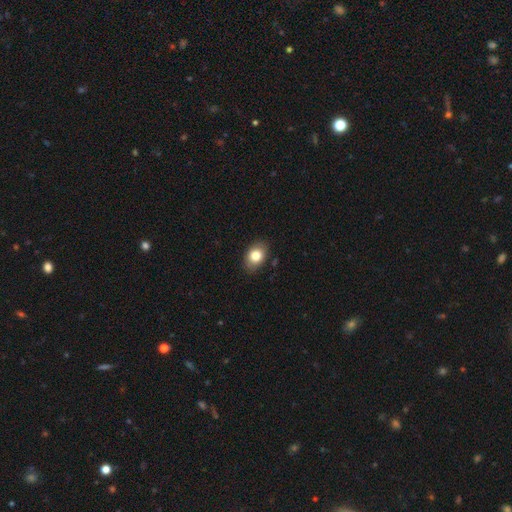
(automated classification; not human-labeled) Smooth or featured? Predicted: smooth (p=0.80). How rounded? Predicted: in between (p=0.78). Merging? Predicted: none (p=0.83).